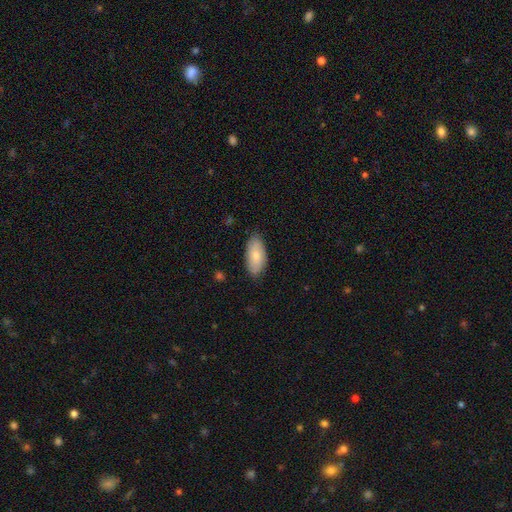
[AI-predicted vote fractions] The model was most divided on "smooth or featured": smooth: 76%, featured or disk: 18%, star or artifact: 6%. More confident: how rounded — in between (92%); merging — none (81%).